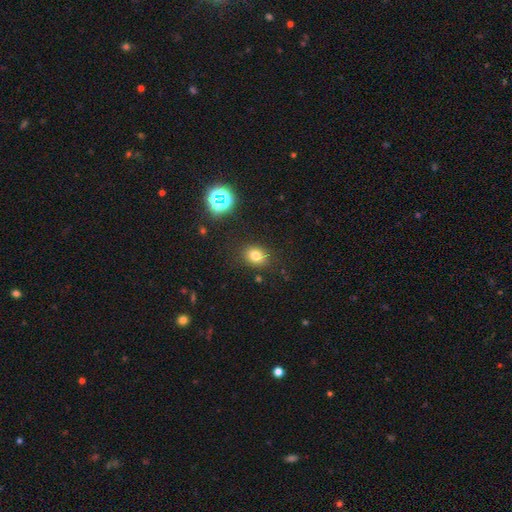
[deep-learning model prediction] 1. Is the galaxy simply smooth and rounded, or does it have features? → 76% smooth, 16% star or artifact, 8% featured or disk.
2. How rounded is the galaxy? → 51% in between, 48% round, 1% cigar-shaped.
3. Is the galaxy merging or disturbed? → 84% none, 10% minor disturbance, 3% major disturbance, 2% merger.